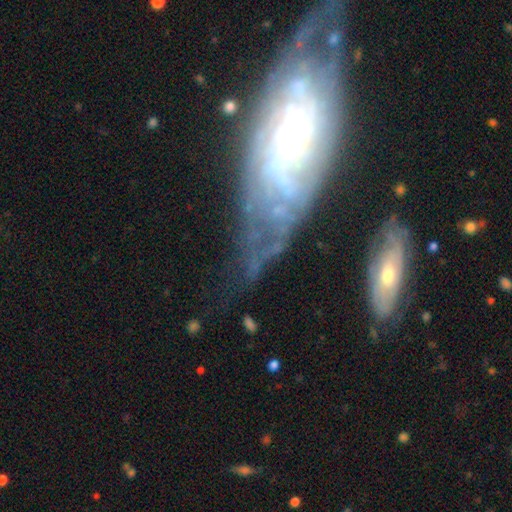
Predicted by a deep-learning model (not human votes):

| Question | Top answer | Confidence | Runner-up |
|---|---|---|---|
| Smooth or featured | featured or disk | 63% | smooth (24%) |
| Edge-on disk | no | 80% | yes (20%) |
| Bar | no | 69% | weak (22%) |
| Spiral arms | yes | 68% | no (32%) |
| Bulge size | small | 37% | moderate (32%) |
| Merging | none | 51% | minor disturbance (23%) |